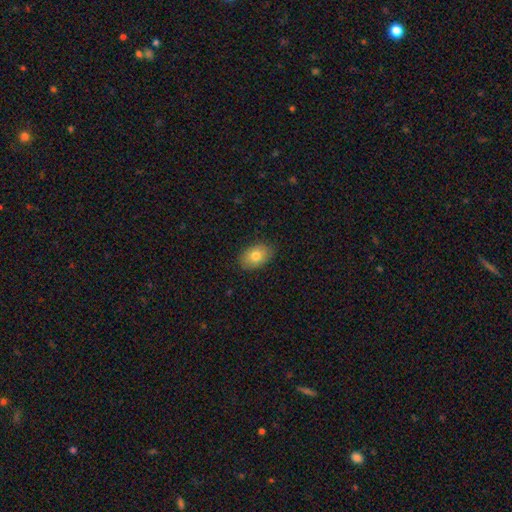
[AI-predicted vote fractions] smooth-or-featured: smooth: 79% | featured or disk: 13% | star or artifact: 8%
  how-rounded: in between: 87% | round: 12% | cigar-shaped: 1%
  merging: none: 87% | minor disturbance: 10% | major disturbance: 2% | merger: 1%